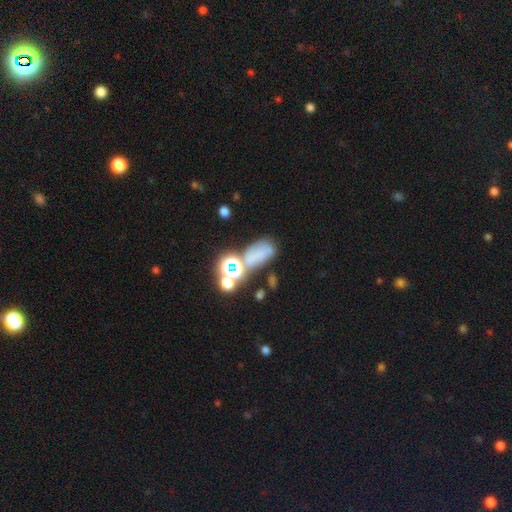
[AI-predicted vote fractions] A smooth galaxy with no disk features (48%).

Vote fractions:
- Smooth or featured? smooth: 48% / star or artifact: 33% / featured or disk: 20%
- Merging? none: 41% / merger: 25% / minor disturbance: 20% / major disturbance: 15%